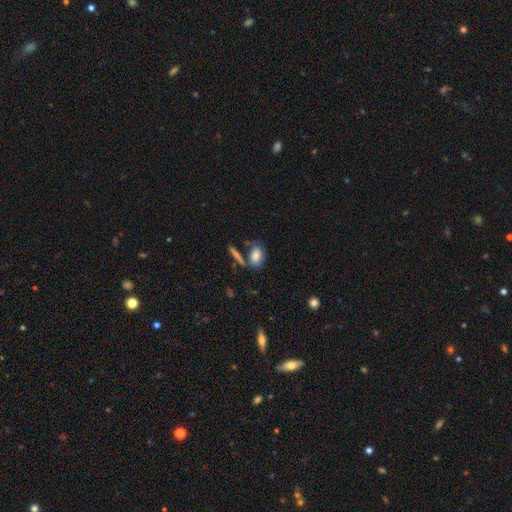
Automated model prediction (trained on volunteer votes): The model was most divided on "merging": none: 58%, merger: 18%, minor disturbance: 17%, major disturbance: 7%. More confident: how rounded — in between (86%); smooth or featured — smooth (80%).